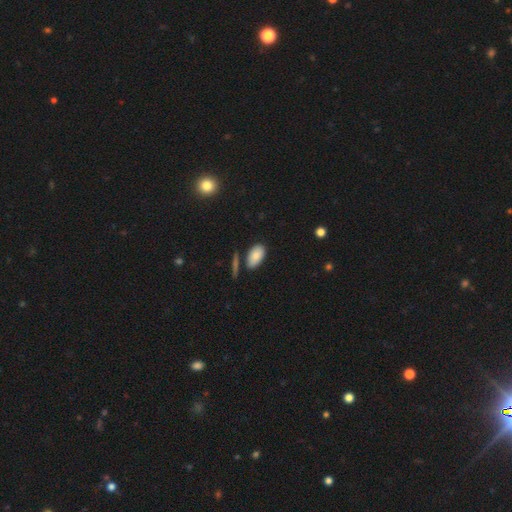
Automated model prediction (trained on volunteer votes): smooth_or_featured: smooth (p=0.85) [alt: featured or disk p=0.08]
how_rounded: in between (p=0.93) [alt: round p=0.04]
merging: none (p=0.72) [alt: minor disturbance p=0.15]